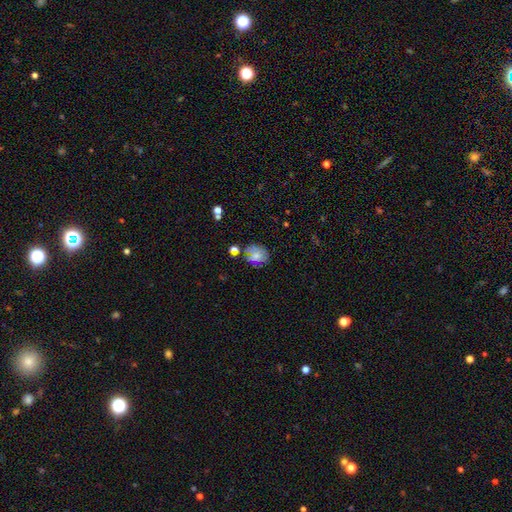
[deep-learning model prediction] Q: Smooth or featured?
A: smooth (62%); runner-up: featured or disk (26%)
Q: How rounded?
A: round (57%); runner-up: in between (42%)
Q: Merging?
A: none (58%); runner-up: minor disturbance (24%)